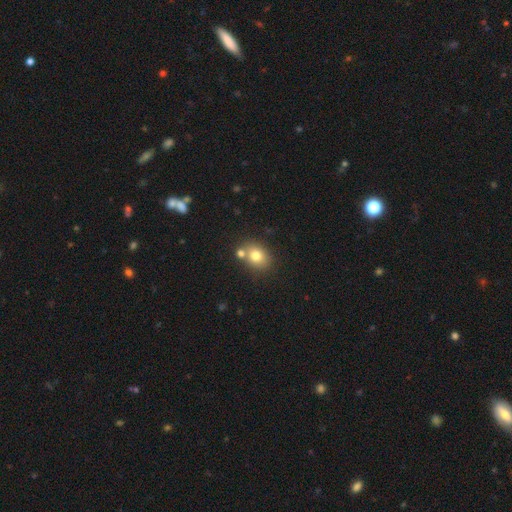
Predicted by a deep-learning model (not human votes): Smooth or featured? Predicted: smooth (p=0.77). How rounded? Predicted: round (p=0.54). Merging? Predicted: none (p=0.65).